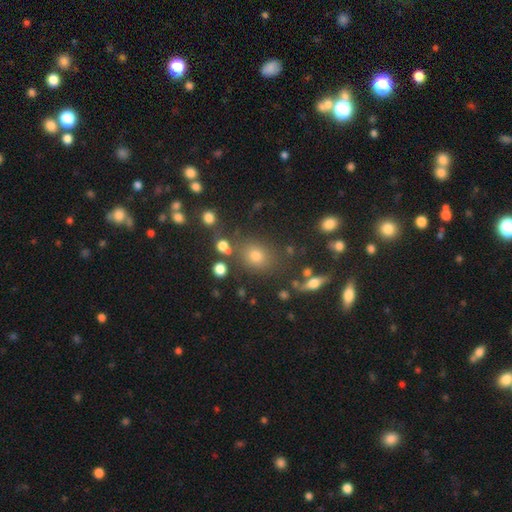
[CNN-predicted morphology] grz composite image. It shows a smooth galaxy with no disk features (68%) that is round (65%). Merging: none (75%).